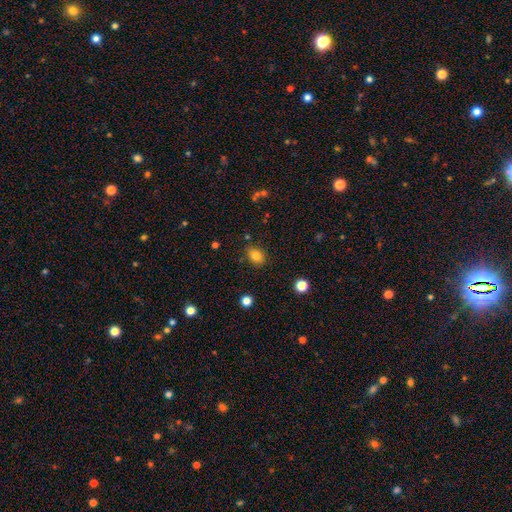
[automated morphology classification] smooth-or-featured: smooth: 81% | star or artifact: 12% | featured or disk: 7%
  how-rounded: in between: 57% | round: 42% | cigar-shaped: 1%
  merging: none: 77% | minor disturbance: 16% | major disturbance: 3% | merger: 3%